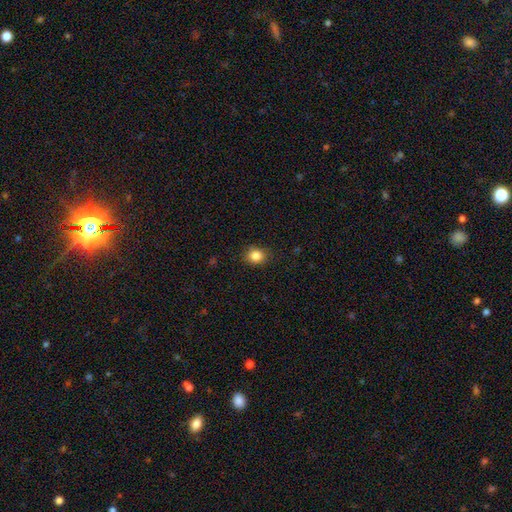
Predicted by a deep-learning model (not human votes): The model was most divided on "how rounded": round: 78%, in between: 22%, cigar-shaped: 1%. More confident: merging — none (87%); smooth or featured — smooth (85%).